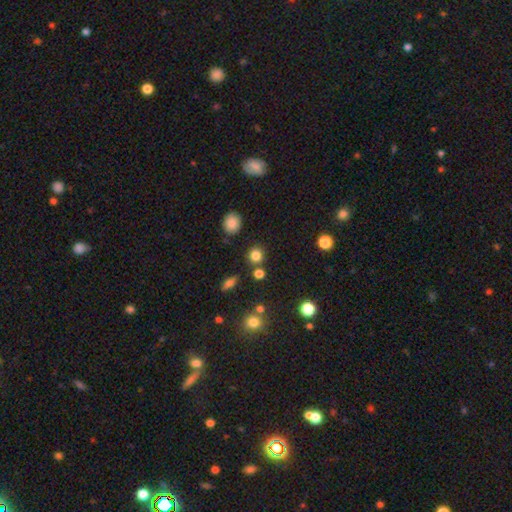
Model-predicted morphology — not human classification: Overall: smooth (80%). How rounded: round (88%). Merging: none (80%).